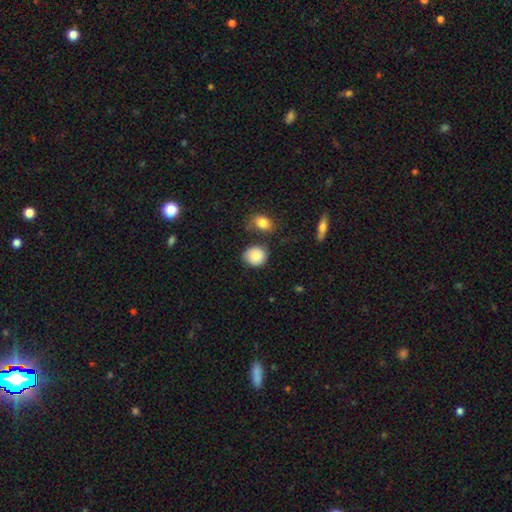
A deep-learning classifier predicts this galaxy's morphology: This is clearly a smooth galaxy (86%). How rounded: likely round (79%). Merging: likely none (68%).